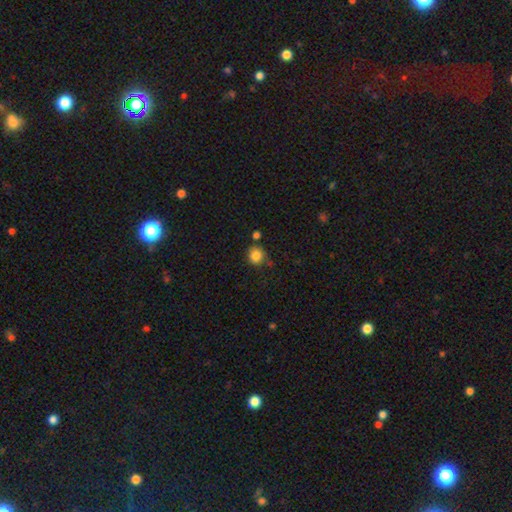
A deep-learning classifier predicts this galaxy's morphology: A smooth galaxy with no disk features (84%) that is round (90%). Merging: none (74%).